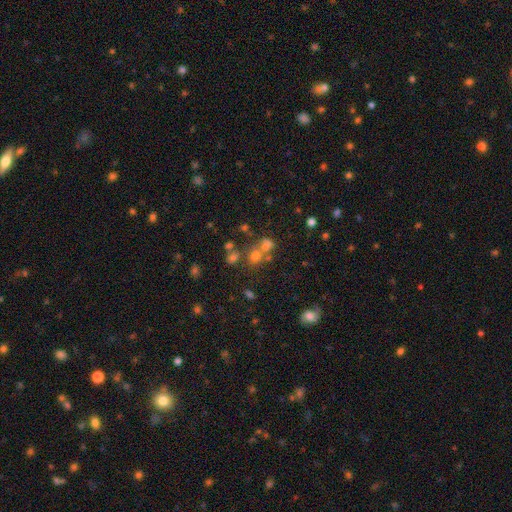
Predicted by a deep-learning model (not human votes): Q: Smooth or featured?
A: smooth (54%); runner-up: star or artifact (29%)
Q: How rounded?
A: round (77%); runner-up: in between (22%)
Q: Merging?
A: none (49%); runner-up: merger (38%)